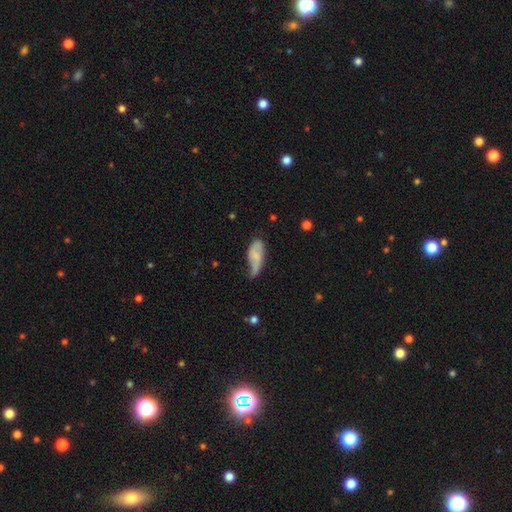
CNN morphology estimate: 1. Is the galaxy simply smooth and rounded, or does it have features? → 58% smooth, 35% featured or disk, 7% star or artifact.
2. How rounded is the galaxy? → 78% in between, 20% cigar-shaped, 2% round.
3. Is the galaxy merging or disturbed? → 44% minor disturbance, 31% none, 21% major disturbance, 4% merger.